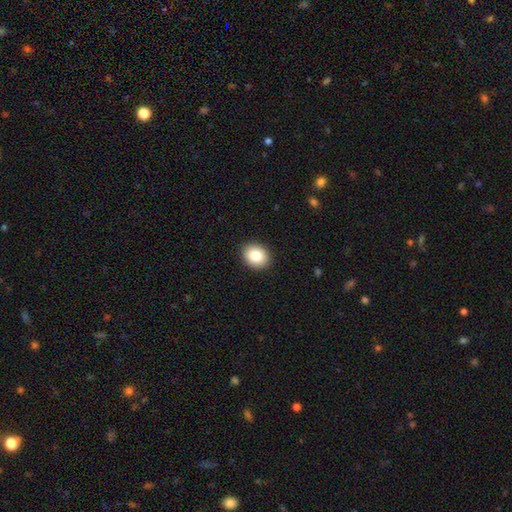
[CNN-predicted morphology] smooth_or_featured: smooth (p=0.85) [alt: star or artifact p=0.08]
how_rounded: in between (p=0.50) [alt: round p=0.49]
merging: none (p=0.91) [alt: minor disturbance p=0.07]